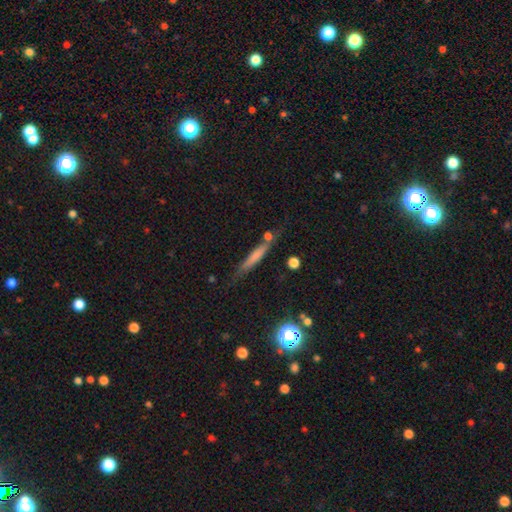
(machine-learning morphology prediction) Smooth or featured? Predicted: smooth (p=0.58). How rounded? Predicted: cigar-shaped (p=0.91). Merging? Predicted: none (p=0.70).